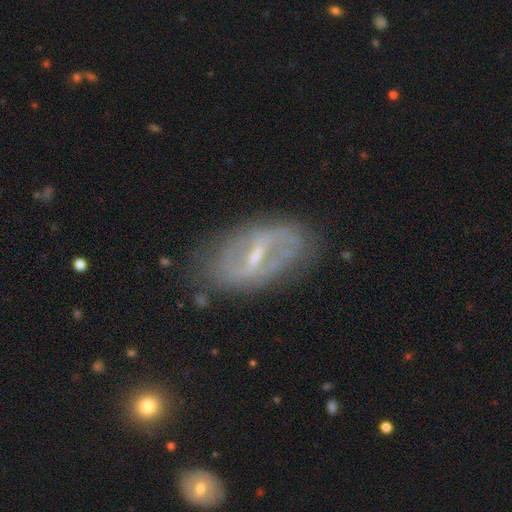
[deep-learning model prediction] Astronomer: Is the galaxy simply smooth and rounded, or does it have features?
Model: featured or disk — 79%.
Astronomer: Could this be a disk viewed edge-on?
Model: no — 91%.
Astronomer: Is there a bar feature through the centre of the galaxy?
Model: strong — 54% (runner-up: weak, 38%).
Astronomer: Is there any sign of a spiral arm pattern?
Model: yes — 69%.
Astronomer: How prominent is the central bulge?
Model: small — 56% (runner-up: moderate, 32%).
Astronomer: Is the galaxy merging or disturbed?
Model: none — 72%.